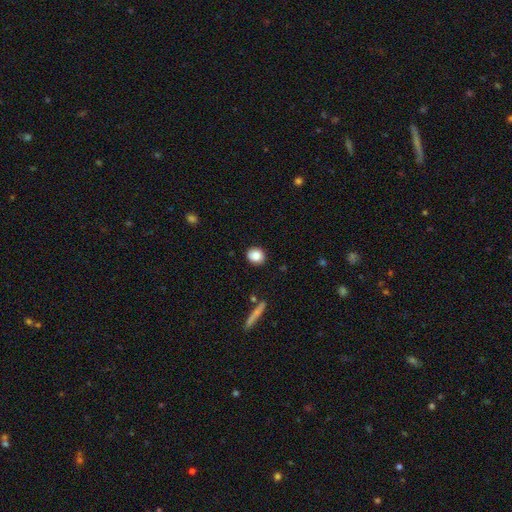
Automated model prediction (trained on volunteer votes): Smooth or featured? Predicted: smooth (p=0.85). How rounded? Predicted: round (p=0.73). Merging? Predicted: none (p=0.89).